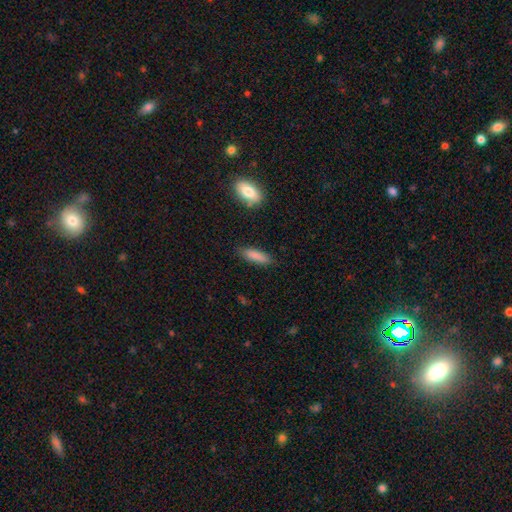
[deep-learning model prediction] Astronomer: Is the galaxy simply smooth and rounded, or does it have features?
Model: smooth — 86%.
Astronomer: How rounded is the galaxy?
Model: cigar-shaped — 55% (runner-up: in between, 43%).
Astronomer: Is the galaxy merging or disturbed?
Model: none — 84%.